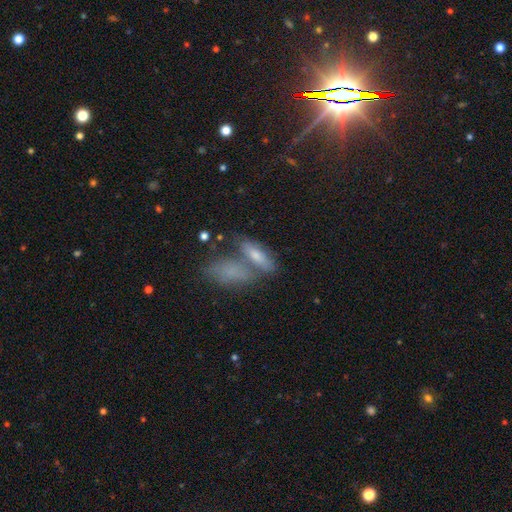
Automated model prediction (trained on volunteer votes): Smooth or featured: smooth — 63% (featured or disk — 25%)
How rounded: in between — 61% (cigar-shaped — 34%)
Merging: none — 46% (merger — 37%)